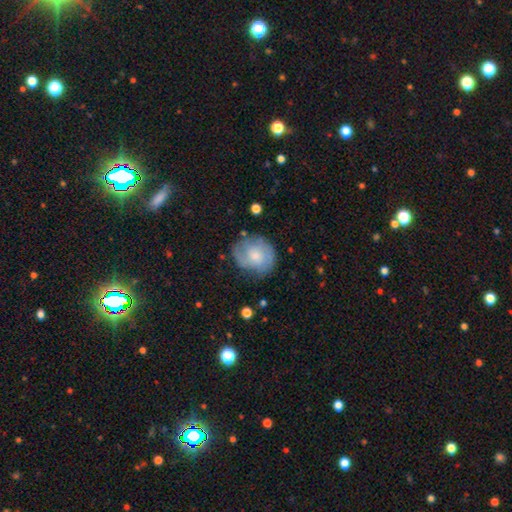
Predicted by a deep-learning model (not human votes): Smooth or featured: featured or disk — 50% (smooth — 43%)
Merging: none — 66% (minor disturbance — 22%)